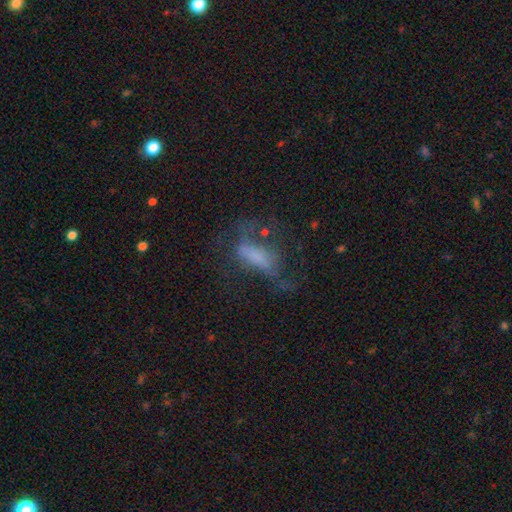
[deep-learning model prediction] Smooth or featured: featured or disk — 42% (smooth — 41%)
Merging: major disturbance — 45% (none — 31%)